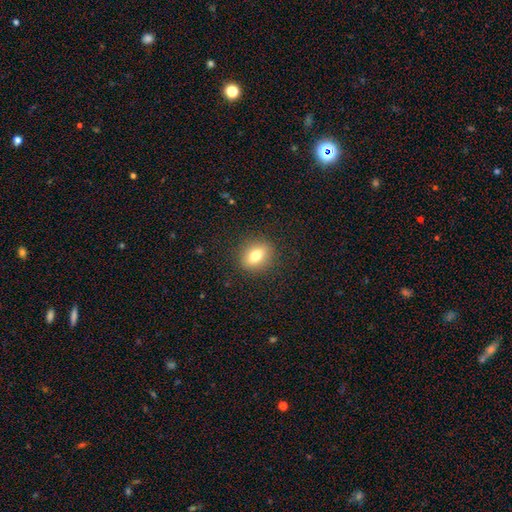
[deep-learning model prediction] This is likely a smooth galaxy (76%). How rounded: possibly in between (49%, tied with round). Merging: clearly none (88%).